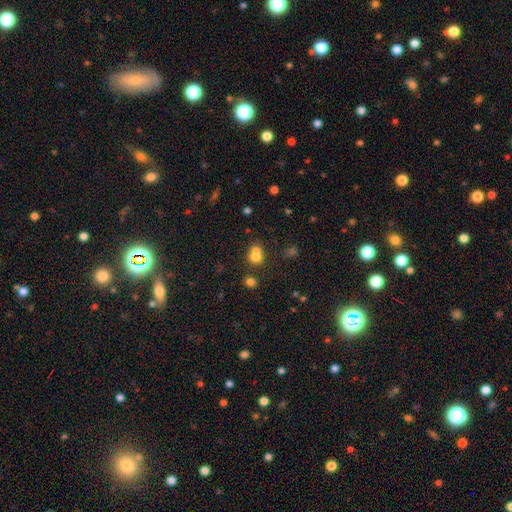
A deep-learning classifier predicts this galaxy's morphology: Q: Smooth or featured?
A: smooth (75%); runner-up: star or artifact (13%)
Q: How rounded?
A: round (67%); runner-up: in between (32%)
Q: Merging?
A: merger (48%); runner-up: none (37%)